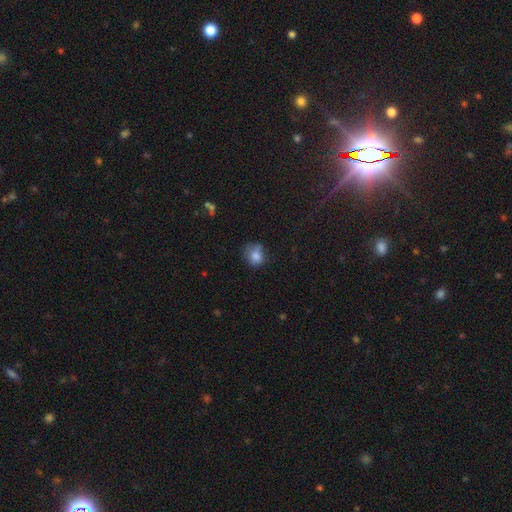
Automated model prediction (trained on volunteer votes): smooth_or_featured: smooth (p=0.78) [alt: featured or disk p=0.11]
how_rounded: round (p=0.69) [alt: in between p=0.30]
merging: none (p=0.50) [alt: minor disturbance p=0.31]